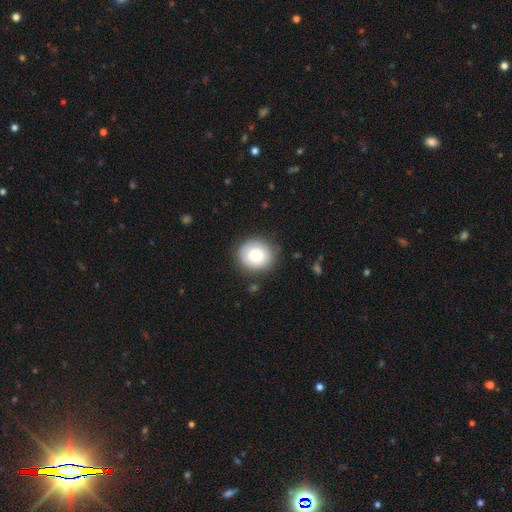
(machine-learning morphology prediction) This is likely a smooth galaxy (77%). How rounded: clearly round (85%). Merging: clearly none (82%).